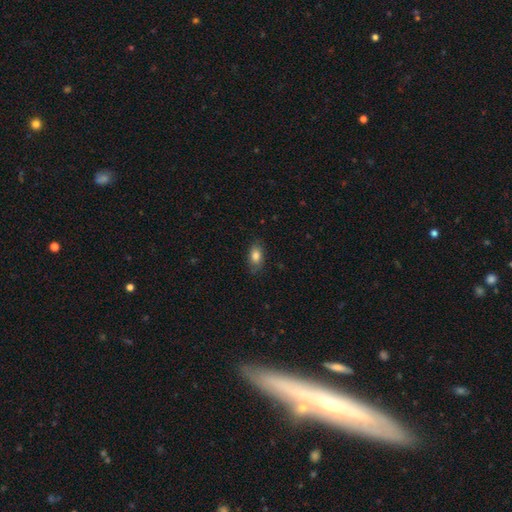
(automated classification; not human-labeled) This appears to be a smooth galaxy with no disk features (83%) that is in between round and cigar-shaped (88%). Merging: none (79%).